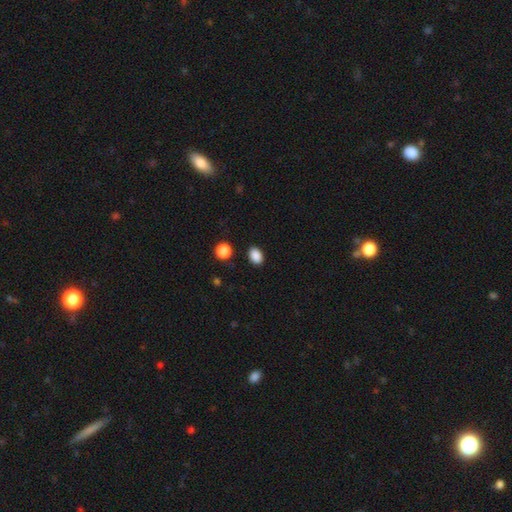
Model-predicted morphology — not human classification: The model was most divided on "how rounded": in between: 76%, round: 23%, cigar-shaped: 1%. More confident: merging — none (88%); smooth or featured — smooth (88%).